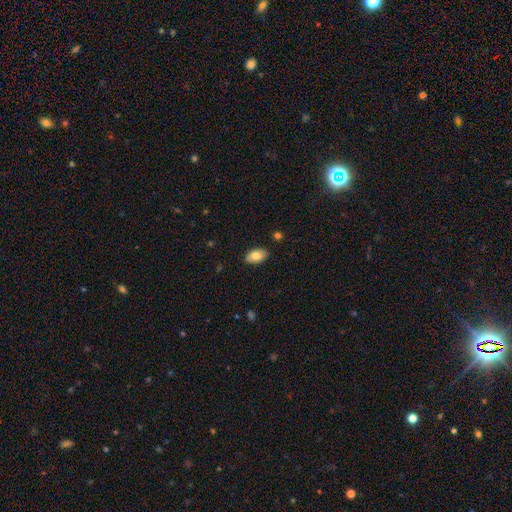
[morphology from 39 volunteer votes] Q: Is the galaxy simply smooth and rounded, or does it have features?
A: smooth — 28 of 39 (72%).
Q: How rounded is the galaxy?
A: in between — 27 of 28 (96%).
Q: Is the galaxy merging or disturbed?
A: none — 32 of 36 (89%).